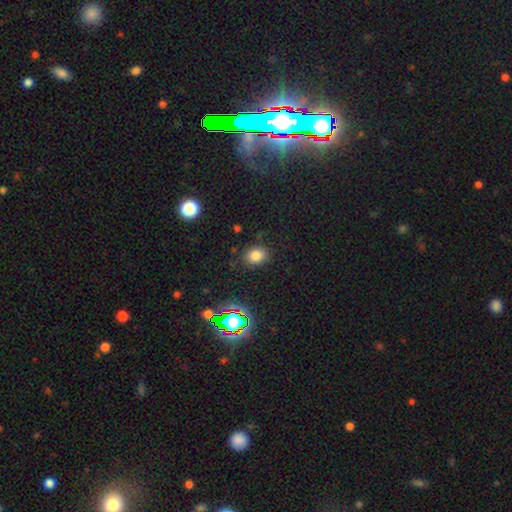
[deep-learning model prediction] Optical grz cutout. It shows a smooth galaxy with no disk features (77%) that is in between round and cigar-shaped (56%). Merging: none (82%).